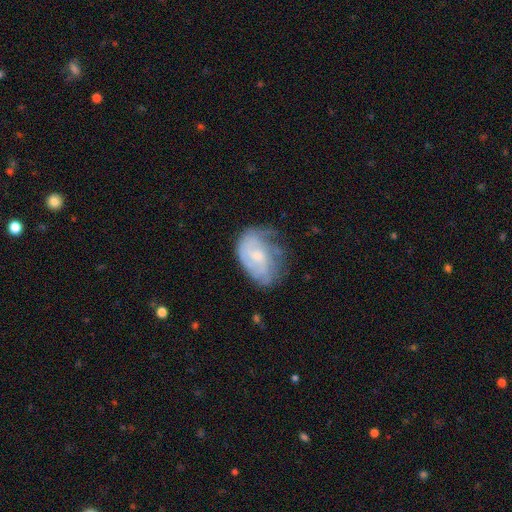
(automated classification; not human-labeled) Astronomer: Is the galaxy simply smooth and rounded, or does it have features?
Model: featured or disk — 62%.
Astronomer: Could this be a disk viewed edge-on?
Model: no — 97%.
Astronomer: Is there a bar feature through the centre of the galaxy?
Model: no — 62%.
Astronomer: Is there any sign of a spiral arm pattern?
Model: yes — 74%.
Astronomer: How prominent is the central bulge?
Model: small — 46% (runner-up: moderate, 39%).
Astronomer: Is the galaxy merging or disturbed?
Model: none — 47% (runner-up: minor disturbance, 32%).